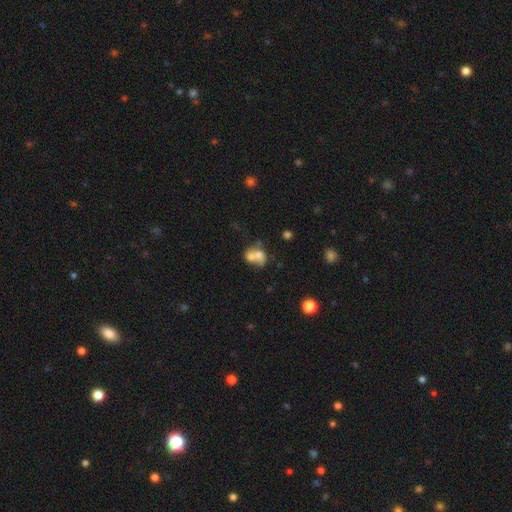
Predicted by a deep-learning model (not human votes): Smooth or featured: smooth — 64% (featured or disk — 26%)
How rounded: in between — 50% (round — 49%)
Merging: merger — 70% (none — 18%)